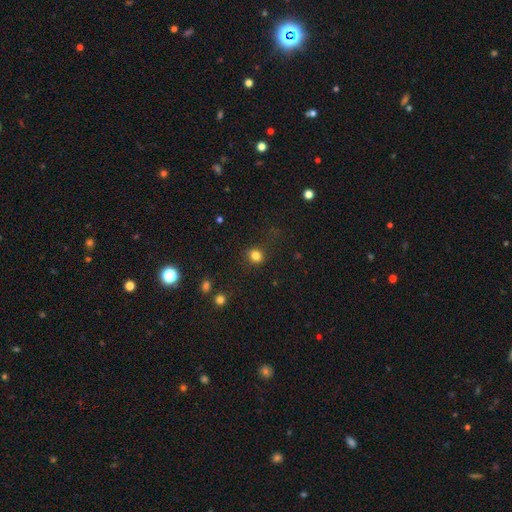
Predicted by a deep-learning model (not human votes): Smooth or featured?
  - smooth: 81% *
  - star or artifact: 13%
  - featured or disk: 5%
How rounded?
  - round: 74% *
  - in between: 25%
  - cigar-shaped: 1%
Merging?
  - none: 81% *
  - minor disturbance: 12%
  - major disturbance: 5%
  - merger: 2%